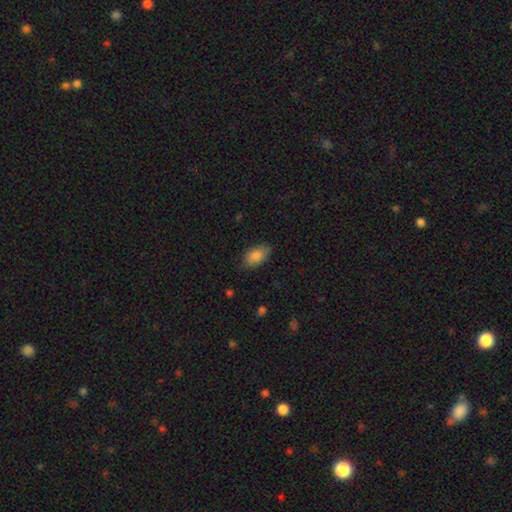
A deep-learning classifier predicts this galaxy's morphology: A smooth galaxy with no disk features (85%) that is in between round and cigar-shaped (92%).

Vote fractions:
- Smooth or featured? smooth: 85% / featured or disk: 8% / star or artifact: 7%
- How rounded? in between: 92% / round: 6% / cigar-shaped: 2%
- Merging? none: 78% / minor disturbance: 17% / major disturbance: 4% / merger: 1%